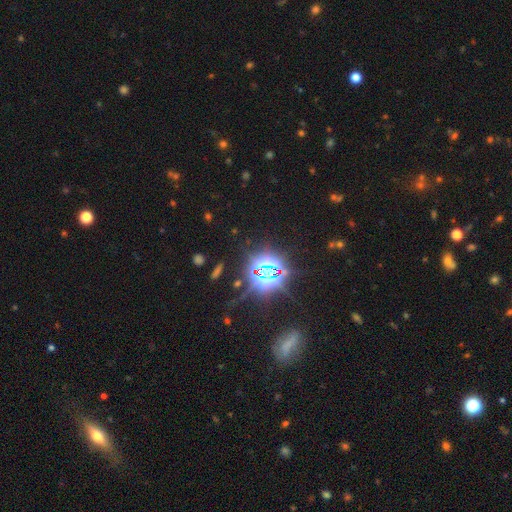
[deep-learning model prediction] star or artifact 70%, smooth 23%, featured or disk 7%.